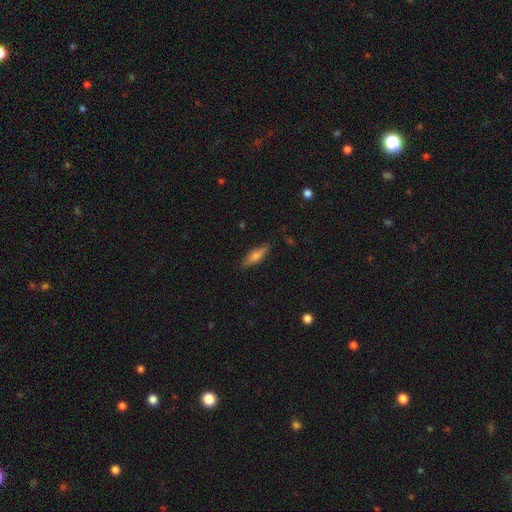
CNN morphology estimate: Overall: smooth (55%; featured or disk 38%). How rounded: cigar-shaped (66%; in between 31%). Merging: none (87%).